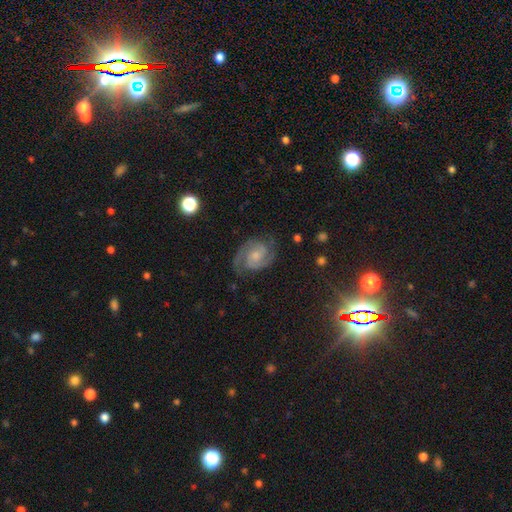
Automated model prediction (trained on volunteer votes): Q: Smooth or featured?
A: featured or disk (87%); runner-up: smooth (7%)
Q: Edge-on disk?
A: no (98%); runner-up: yes (2%)
Q: Bar?
A: no (56%); runner-up: weak (37%)
Q: Spiral arms?
A: yes (98%); runner-up: no (2%)
Q: Spiral winding?
A: medium (49%); runner-up: tight (41%)
Q: Spiral arm count?
A: 2 (90%); runner-up: can't tell (3%)
Q: Bulge size?
A: small (45%); runner-up: moderate (37%)
Q: Merging?
A: none (78%); runner-up: minor disturbance (15%)